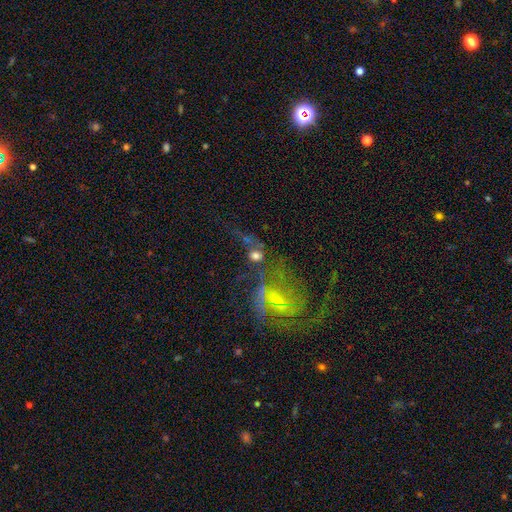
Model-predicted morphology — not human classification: The model was most divided on "smooth or featured": smooth: 43%, featured or disk: 33%, star or artifact: 24%. Remaining: merging — none (41%).